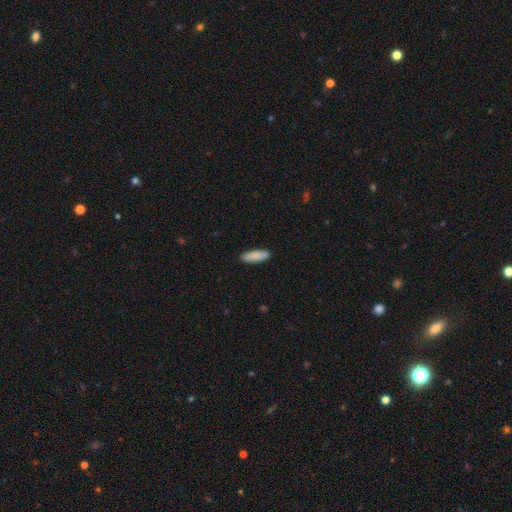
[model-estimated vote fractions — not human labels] Q: Smooth or featured?
A: smooth (84%); runner-up: featured or disk (10%)
Q: How rounded?
A: in between (58%); runner-up: cigar-shaped (40%)
Q: Merging?
A: none (85%); runner-up: minor disturbance (11%)